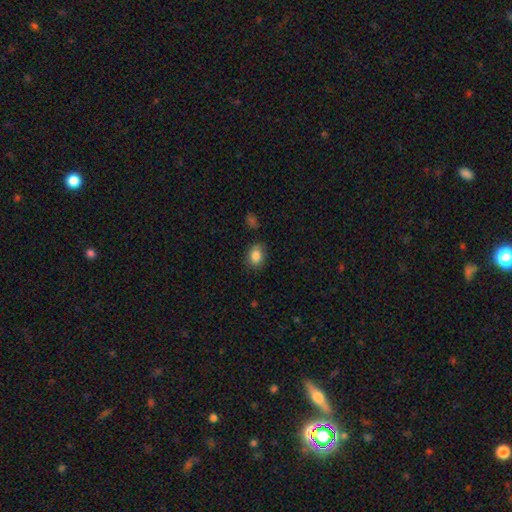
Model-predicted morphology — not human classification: A smooth galaxy with no disk features (84%) that is in between round and cigar-shaped (59%).

Vote fractions:
- Smooth or featured? smooth: 84% / star or artifact: 9% / featured or disk: 7%
- How rounded? in between: 59% / round: 39% / cigar-shaped: 1%
- Merging? none: 81% / minor disturbance: 14% / major disturbance: 3% / merger: 2%